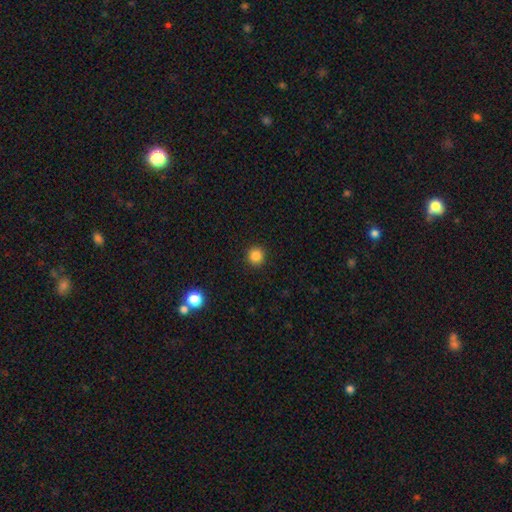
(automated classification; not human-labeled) Smooth or featured? smooth (86%)
How rounded? round (95%)
Merging? none (93%)